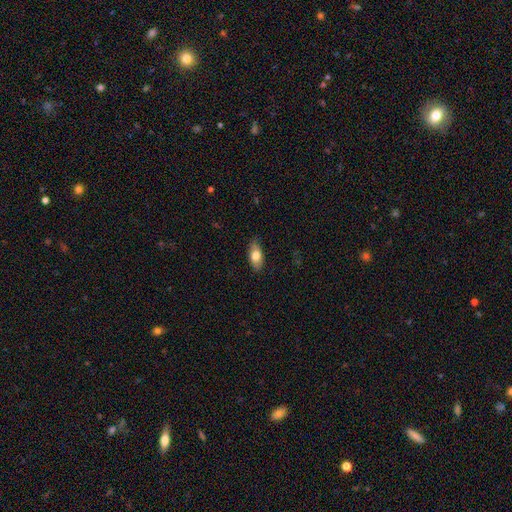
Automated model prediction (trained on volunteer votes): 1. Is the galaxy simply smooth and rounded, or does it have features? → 76% smooth, 17% featured or disk, 7% star or artifact.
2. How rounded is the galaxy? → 88% in between, 8% cigar-shaped, 4% round.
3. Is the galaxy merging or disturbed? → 83% none, 14% minor disturbance, 2% major disturbance, 1% merger.